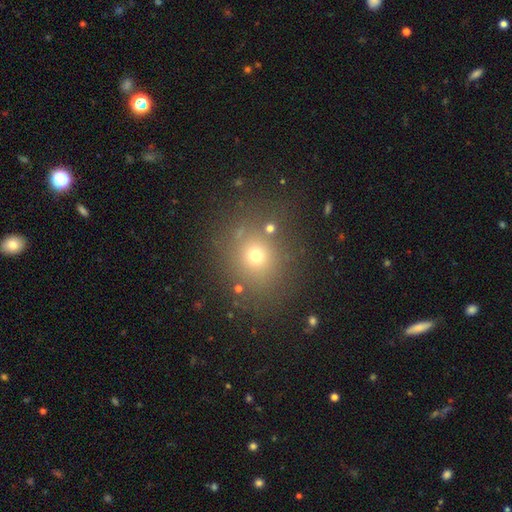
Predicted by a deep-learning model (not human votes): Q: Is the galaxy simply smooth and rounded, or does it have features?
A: smooth — 67%.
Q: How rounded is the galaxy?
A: round — 77%.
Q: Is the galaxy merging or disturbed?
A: none — 80%.